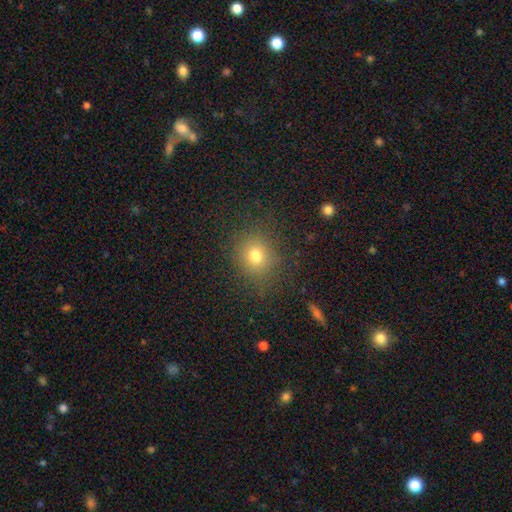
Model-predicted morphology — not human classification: type=smooth (75%); roundness=round (80%); merging=none (84%).